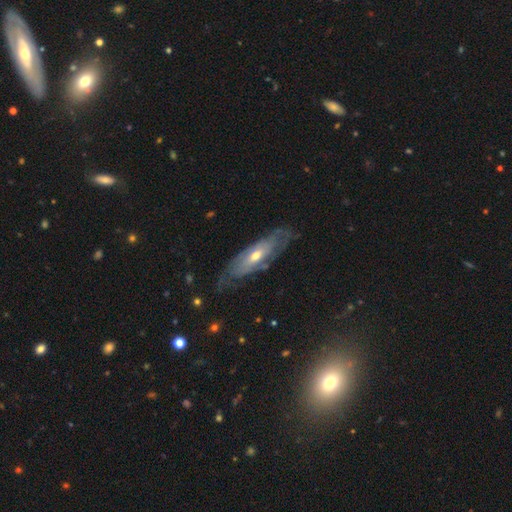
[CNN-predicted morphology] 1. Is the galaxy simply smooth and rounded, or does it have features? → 71% featured or disk, 24% smooth, 5% star or artifact.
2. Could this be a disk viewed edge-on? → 75% no, 25% yes.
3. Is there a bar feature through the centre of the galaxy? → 67% no, 26% weak, 7% strong.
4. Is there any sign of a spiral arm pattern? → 73% yes, 27% no.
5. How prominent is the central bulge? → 61% moderate, 33% small, 4% large, 1% none, 1% dominant.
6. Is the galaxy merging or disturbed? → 66% none, 22% minor disturbance, 10% major disturbance, 2% merger.